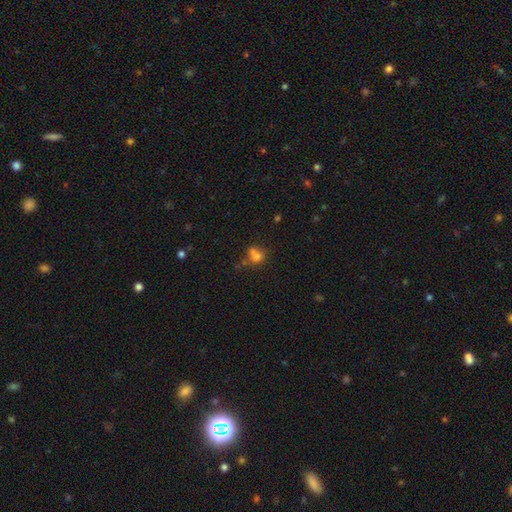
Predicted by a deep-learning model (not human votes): smooth 68%, star or artifact 16%, featured or disk 15%. Down the decision tree: how rounded — round (69%); merging — merger (43%).